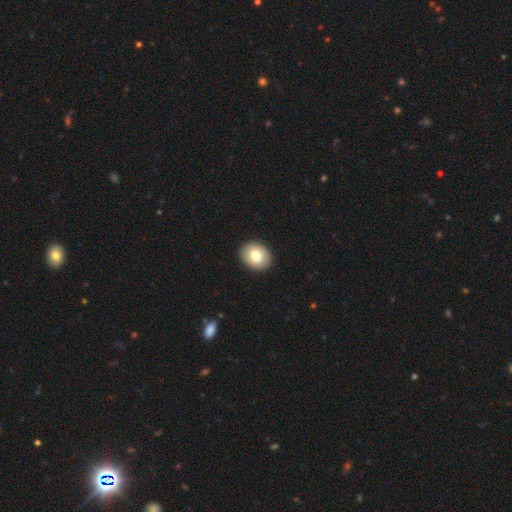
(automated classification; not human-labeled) This appears to be a smooth galaxy with no disk features (79%) that is in between round and cigar-shaped (54%). Merging: none (91%).